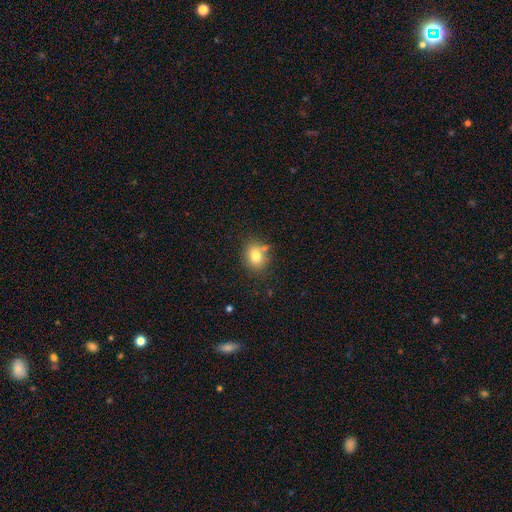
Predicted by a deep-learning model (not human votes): A smooth galaxy with no disk features (77%) that is round (67%).

Vote fractions:
- Smooth or featured? smooth: 77% / star or artifact: 12% / featured or disk: 11%
- How rounded? round: 67% / in between: 32% / cigar-shaped: 1%
- Merging? none: 71% / minor disturbance: 16% / merger: 9% / major disturbance: 4%